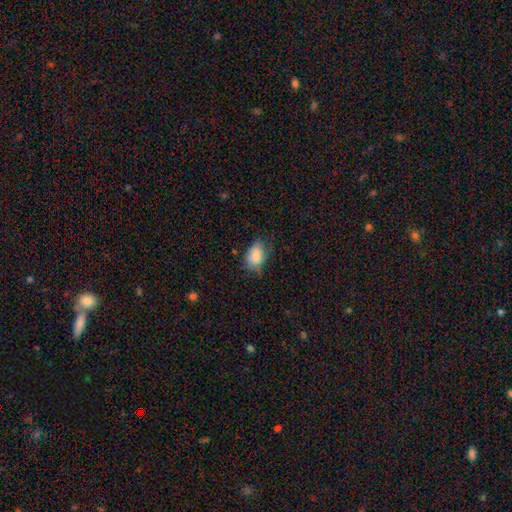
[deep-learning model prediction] Smooth or featured? smooth (82%)
How rounded? in between (83%)
Merging? none (51%)